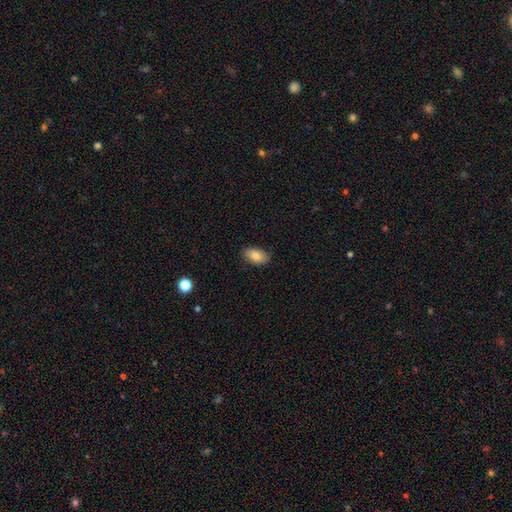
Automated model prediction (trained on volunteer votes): Smooth or featured: smooth — 82% (featured or disk — 11%)
How rounded: in between — 93% (round — 5%)
Merging: none — 86% (minor disturbance — 11%)